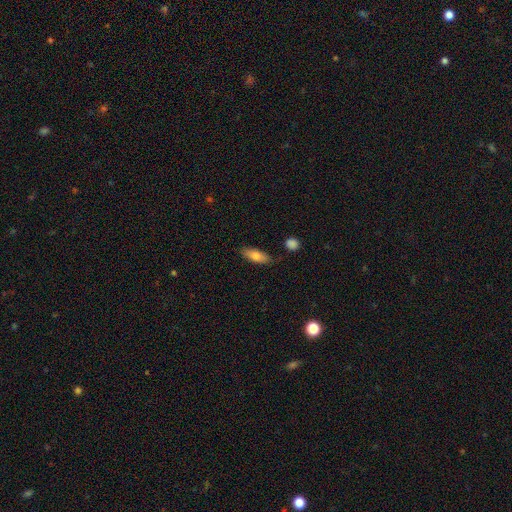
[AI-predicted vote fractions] Smooth or featured?
  - smooth: 78% *
  - featured or disk: 15%
  - star or artifact: 7%
How rounded?
  - in between: 69% *
  - cigar-shaped: 28%
  - round: 3%
Merging?
  - none: 82% *
  - minor disturbance: 13%
  - major disturbance: 3%
  - merger: 3%